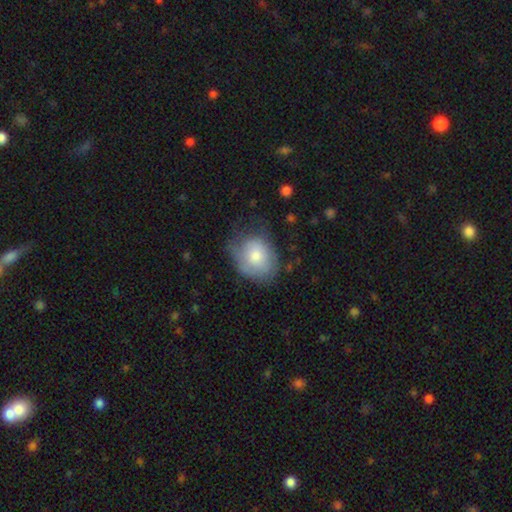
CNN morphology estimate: This is likely a smooth galaxy (70%). How rounded: possibly round (55%). Merging: possibly none (52%).